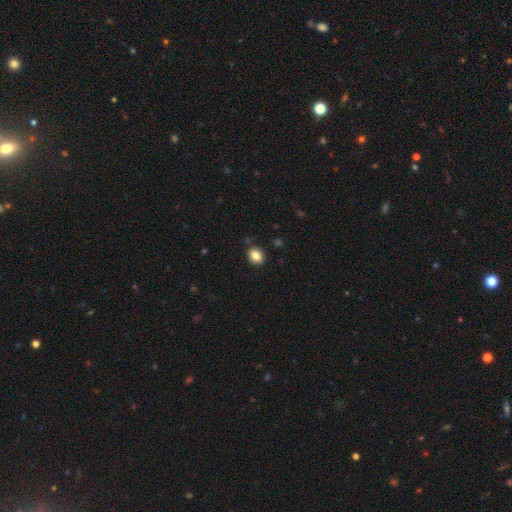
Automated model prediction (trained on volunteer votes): This appears to be a smooth galaxy with no disk features (84%) that is round (52%). Merging: none (86%).